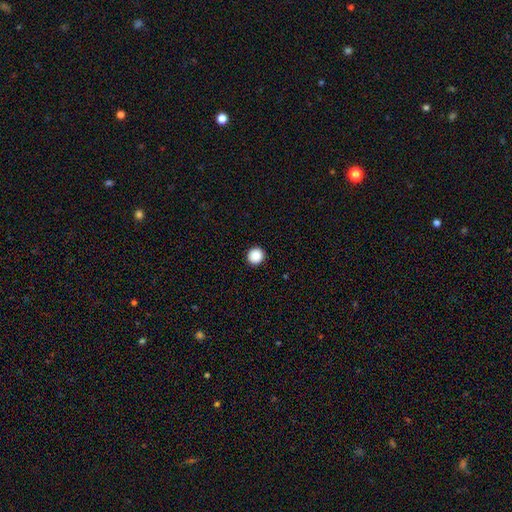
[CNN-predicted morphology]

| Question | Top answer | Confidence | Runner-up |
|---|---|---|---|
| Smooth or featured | smooth | 88% | star or artifact (9%) |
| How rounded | round | 95% | in between (4%) |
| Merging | none | 94% | minor disturbance (4%) |